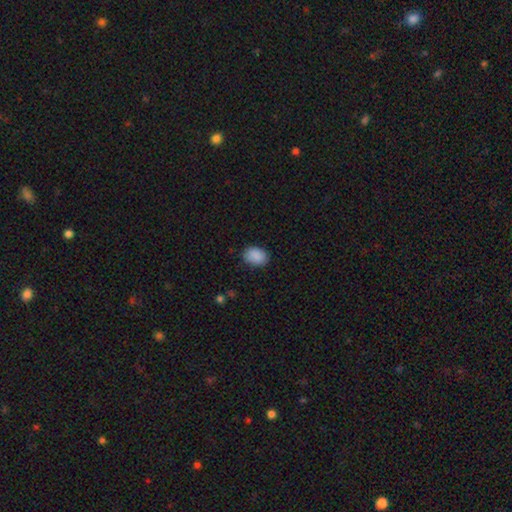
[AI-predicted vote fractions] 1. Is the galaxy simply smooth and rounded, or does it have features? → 89% smooth, 7% star or artifact, 4% featured or disk.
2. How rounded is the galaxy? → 72% in between, 27% round, 1% cigar-shaped.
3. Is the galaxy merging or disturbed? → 84% none, 12% minor disturbance, 2% major disturbance, 1% merger.